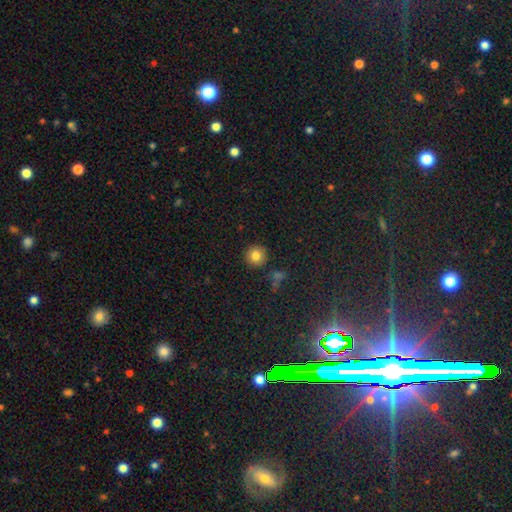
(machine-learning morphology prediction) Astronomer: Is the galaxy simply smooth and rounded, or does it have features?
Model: smooth — 81%.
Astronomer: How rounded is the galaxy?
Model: round — 94%.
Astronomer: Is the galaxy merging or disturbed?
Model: none — 87%.